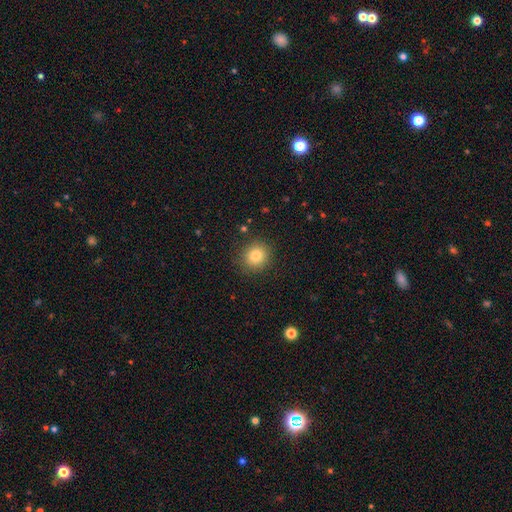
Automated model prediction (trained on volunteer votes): smooth 82%, star or artifact 11%, featured or disk 7%. Down the decision tree: how rounded — round (85%); merging — none (89%).